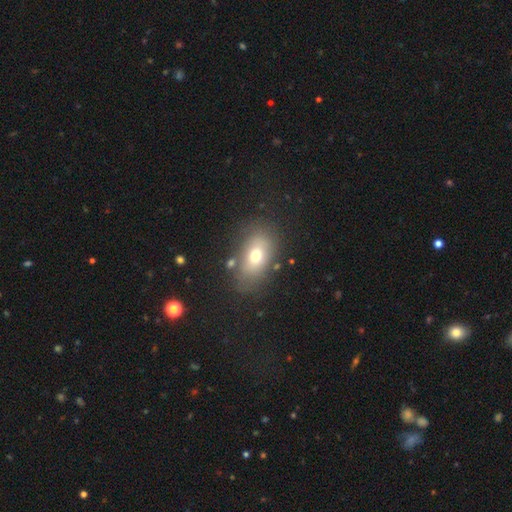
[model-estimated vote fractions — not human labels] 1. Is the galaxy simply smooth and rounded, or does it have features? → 67% smooth, 21% featured or disk, 11% star or artifact.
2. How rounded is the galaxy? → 83% in between, 14% round, 3% cigar-shaped.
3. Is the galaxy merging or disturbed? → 73% none, 15% minor disturbance, 7% major disturbance, 5% merger.